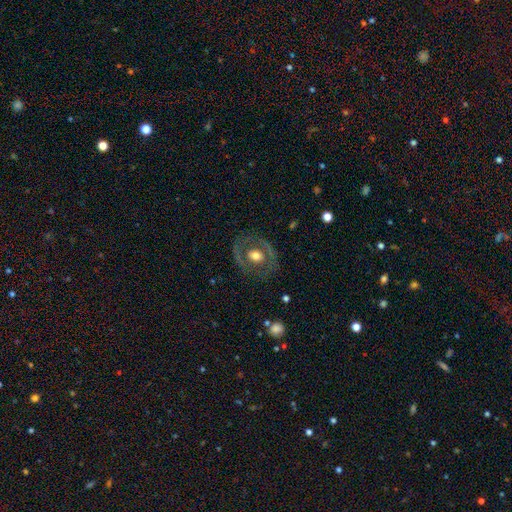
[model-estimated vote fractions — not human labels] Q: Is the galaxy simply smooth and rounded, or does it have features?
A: featured or disk — 54%.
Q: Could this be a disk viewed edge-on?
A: no — 94%.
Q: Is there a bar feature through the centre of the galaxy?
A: no — 80%.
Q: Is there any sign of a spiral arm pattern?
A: no — 80%.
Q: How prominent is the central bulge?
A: moderate — 56%.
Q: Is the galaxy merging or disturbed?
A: none — 78%.